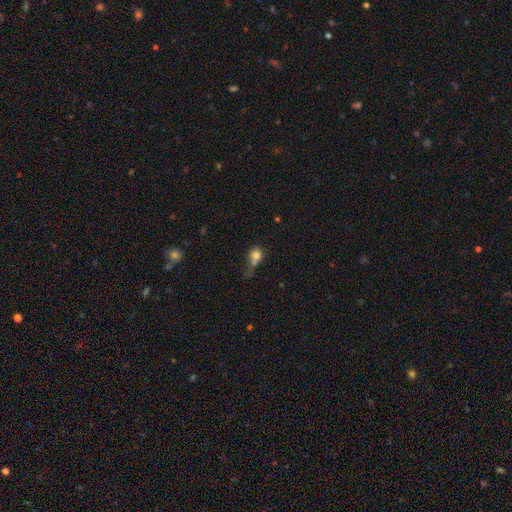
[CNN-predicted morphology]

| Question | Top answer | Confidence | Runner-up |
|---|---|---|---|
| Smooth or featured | smooth | 75% | featured or disk (13%) |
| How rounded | round | 72% | in between (26%) |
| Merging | merger | 35% | none (29%) |